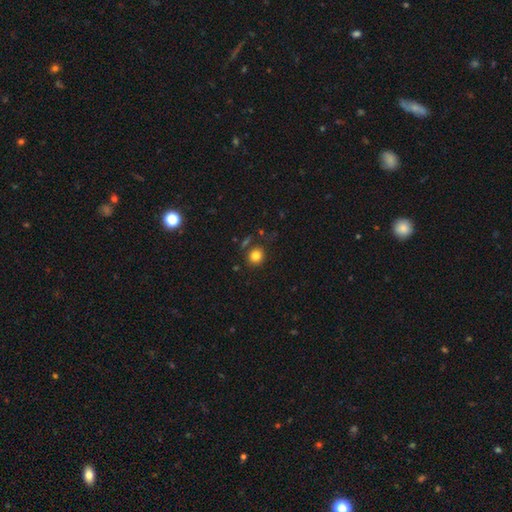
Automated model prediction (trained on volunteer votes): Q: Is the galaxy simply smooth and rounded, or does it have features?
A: smooth — 82%.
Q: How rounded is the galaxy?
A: round — 82%.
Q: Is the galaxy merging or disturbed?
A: none — 81%.